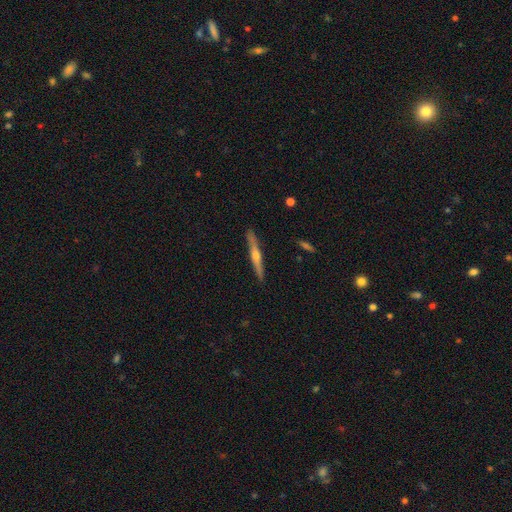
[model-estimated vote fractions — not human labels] smooth_or_featured: featured or disk (p=0.71) [alt: smooth p=0.23]
disk_edge_on: yes (p=0.98) [alt: no p=0.02]
edge_on_bulge: rounded (p=0.88) [alt: none p=0.08]
merging: none (p=0.91) [alt: minor disturbance p=0.07]